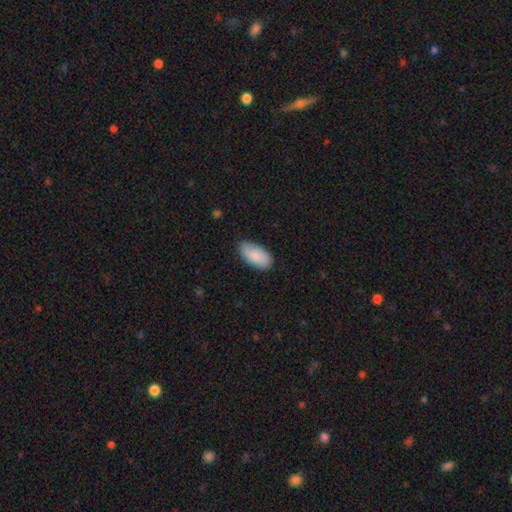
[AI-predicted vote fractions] A smooth galaxy with no disk features (84%) that is in between round and cigar-shaped (95%). Merging: none (81%).